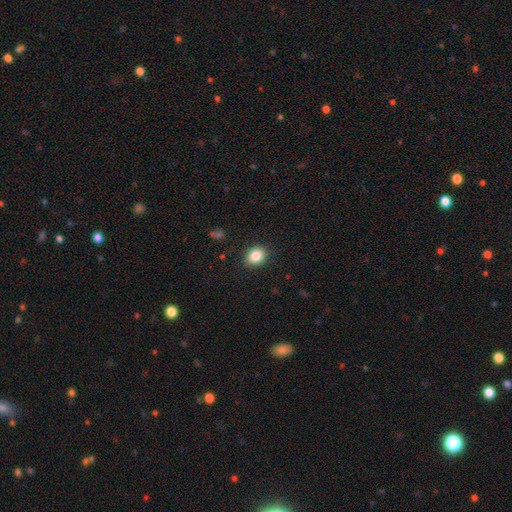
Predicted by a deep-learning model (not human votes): smooth_or_featured: smooth (p=0.85) [alt: star or artifact p=0.09]
how_rounded: round (p=0.52) [alt: in between p=0.47]
merging: none (p=0.88) [alt: minor disturbance p=0.09]